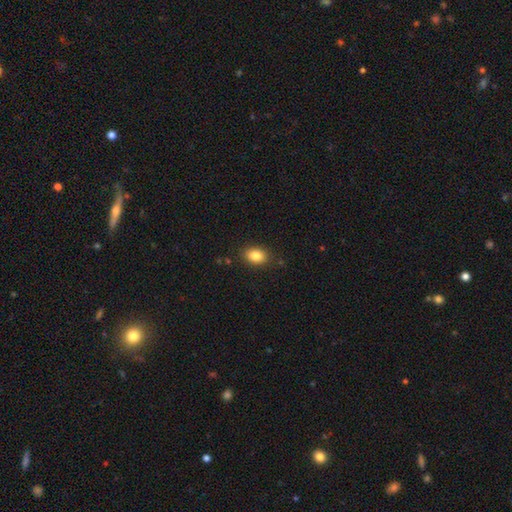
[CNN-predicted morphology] This is clearly a smooth galaxy (84%). How rounded: likely in between (76%). Merging: clearly none (85%).